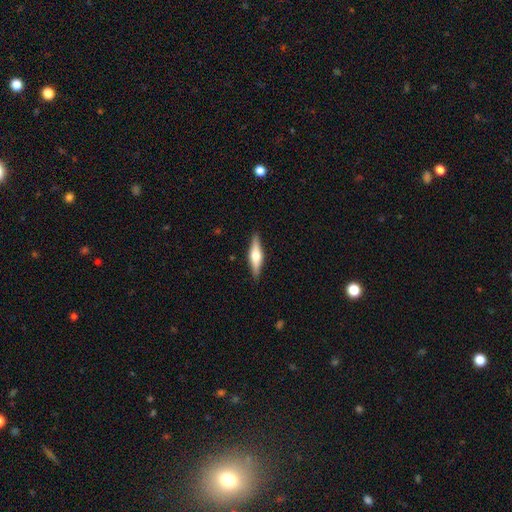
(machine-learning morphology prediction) This appears to be a featured or disk galaxy (55%) viewed edge-on (95%) with a rounded central bulge (92%). Merging: none (90%).